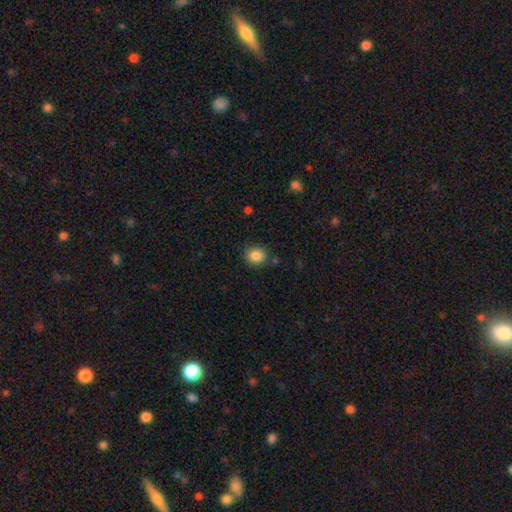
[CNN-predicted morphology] Overall: smooth (87%). How rounded: round (70%). Merging: none (82%).